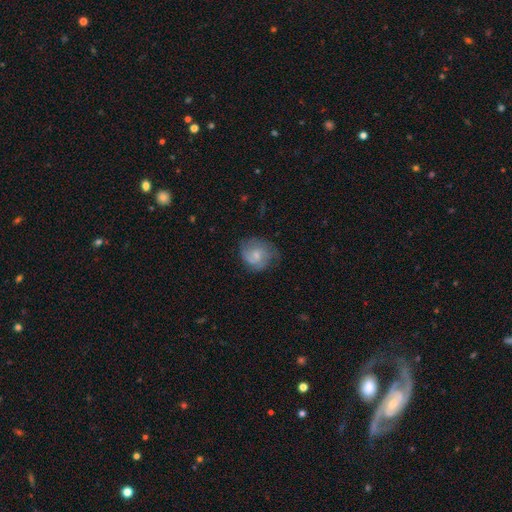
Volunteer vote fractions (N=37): This is possibly a featured or disk galaxy (54%). It is clearly not viewed edge-on (100%). Bar: possibly weak (55%). Spiral arm pattern: clearly yes (85%). Spiral arm count: marginally can't tell (41%). Spiral winding: marginally tight (41%, tied with medium). Central bulge: likely small (60%). Merging: possibly none (51%).